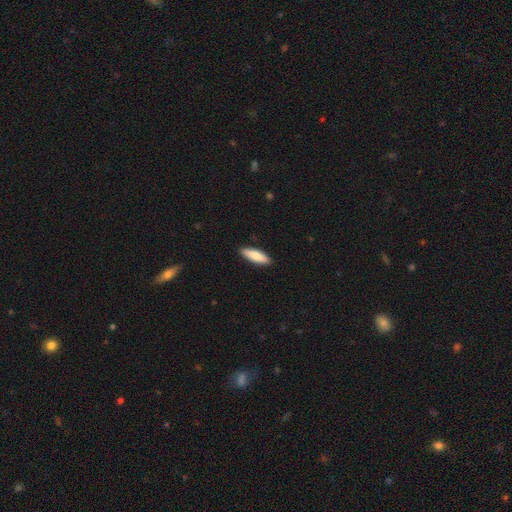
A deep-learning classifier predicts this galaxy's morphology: A smooth galaxy with no disk features (83%) that is cigar-shaped (54%). Merging: none (90%).